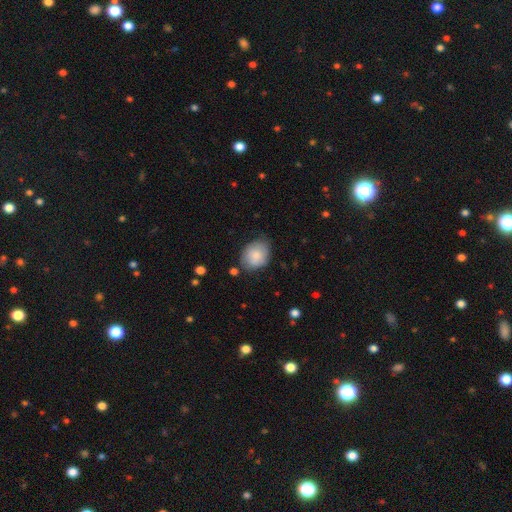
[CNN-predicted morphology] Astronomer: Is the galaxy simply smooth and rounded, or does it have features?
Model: smooth — 80%.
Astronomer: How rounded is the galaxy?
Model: in between — 57% (runner-up: round, 42%).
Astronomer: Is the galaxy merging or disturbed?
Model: none — 67%.